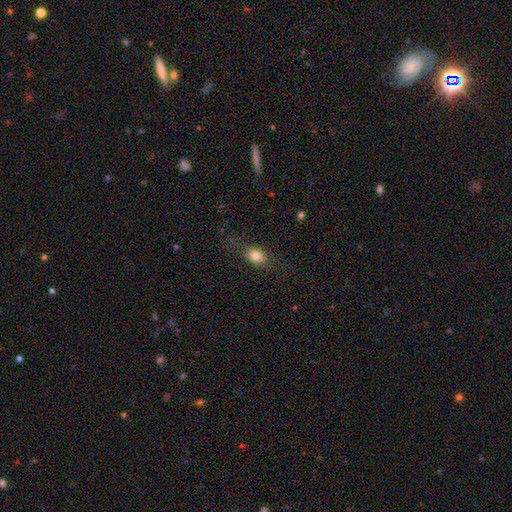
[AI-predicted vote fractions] smooth_or_featured: smooth (p=0.79) [alt: featured or disk p=0.10]
how_rounded: in between (p=0.62) [alt: round p=0.34]
merging: none (p=0.76) [alt: minor disturbance p=0.15]